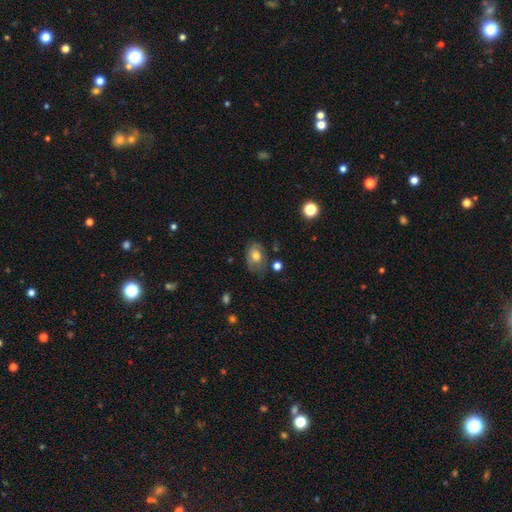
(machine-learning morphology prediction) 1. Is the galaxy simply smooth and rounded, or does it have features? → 60% smooth, 31% featured or disk, 9% star or artifact.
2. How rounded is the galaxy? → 77% in between, 22% round, 1% cigar-shaped.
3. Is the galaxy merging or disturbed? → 53% none, 30% minor disturbance, 13% major disturbance, 4% merger.